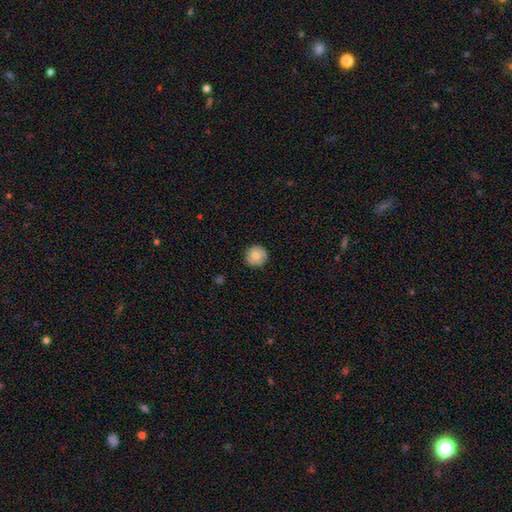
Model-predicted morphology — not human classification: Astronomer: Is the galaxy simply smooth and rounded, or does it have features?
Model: smooth — 70%.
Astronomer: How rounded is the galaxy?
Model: round — 93%.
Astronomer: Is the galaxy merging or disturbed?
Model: none — 88%.